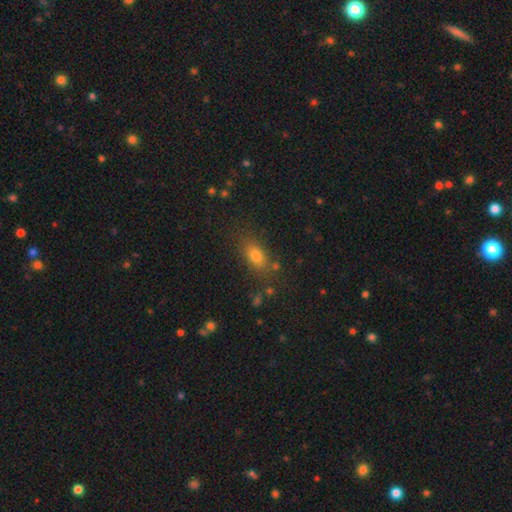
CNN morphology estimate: This is likely a smooth galaxy (76%). How rounded: likely in between (78%). Merging: likely none (77%).